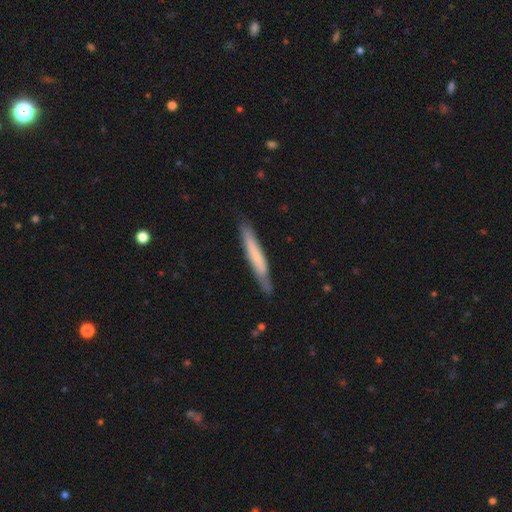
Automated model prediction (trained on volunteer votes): Smooth or featured? smooth (62%)
How rounded? cigar-shaped (94%)
Merging? none (81%)